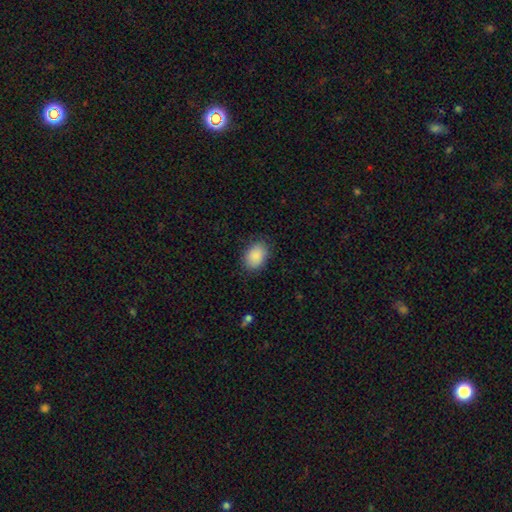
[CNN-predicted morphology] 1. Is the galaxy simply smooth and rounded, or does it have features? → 89% smooth, 7% star or artifact, 4% featured or disk.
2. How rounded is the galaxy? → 79% in between, 20% round, 1% cigar-shaped.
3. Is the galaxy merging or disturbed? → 84% none, 12% minor disturbance, 3% major disturbance, 1% merger.